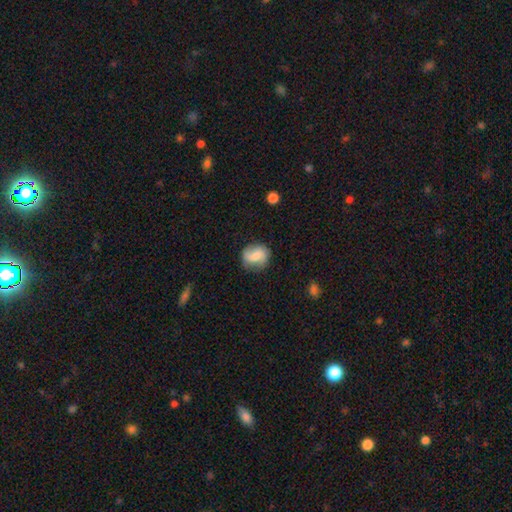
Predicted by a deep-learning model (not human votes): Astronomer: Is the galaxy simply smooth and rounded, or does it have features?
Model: smooth — 53% (runner-up: featured or disk, 39%).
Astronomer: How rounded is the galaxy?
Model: round — 72%.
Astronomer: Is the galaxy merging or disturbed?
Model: none — 71%.